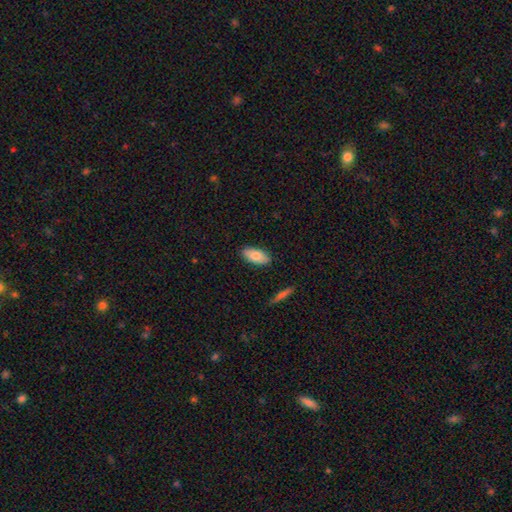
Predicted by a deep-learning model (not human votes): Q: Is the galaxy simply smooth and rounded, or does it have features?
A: smooth — 78%.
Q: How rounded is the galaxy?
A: in between — 89%.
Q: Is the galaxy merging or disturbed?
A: none — 87%.